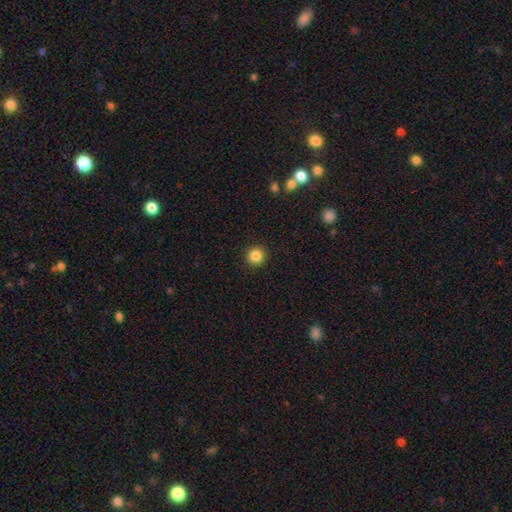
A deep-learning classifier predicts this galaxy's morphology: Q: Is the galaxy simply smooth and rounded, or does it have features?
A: smooth — 85%.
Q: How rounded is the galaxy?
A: round — 95%.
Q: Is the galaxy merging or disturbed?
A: none — 93%.